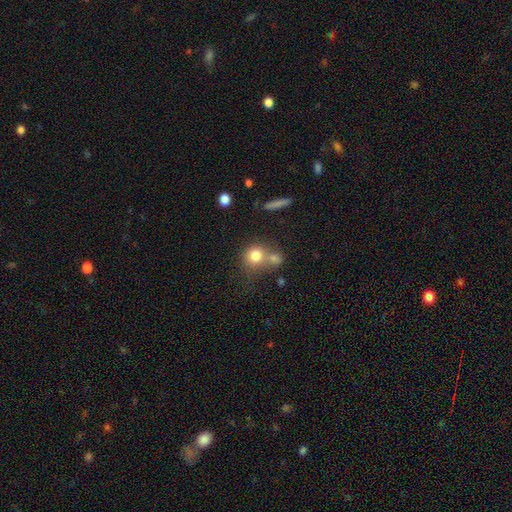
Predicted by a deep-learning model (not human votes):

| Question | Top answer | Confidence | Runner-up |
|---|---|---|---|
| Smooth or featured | smooth | 78% | featured or disk (11%) |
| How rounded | round | 79% | in between (19%) |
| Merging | none | 44% | merger (40%) |